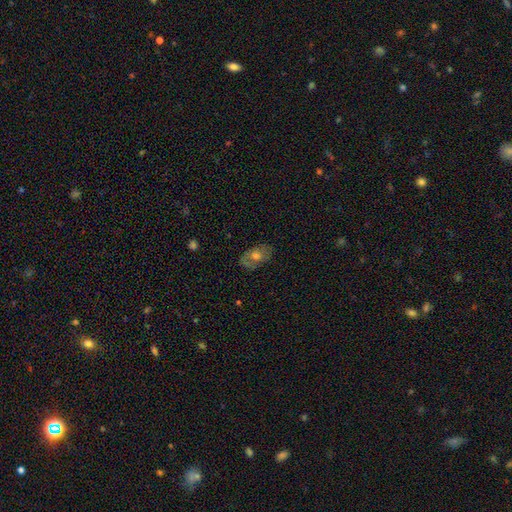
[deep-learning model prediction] Smooth or featured? Predicted: featured or disk (p=0.46). Merging? Predicted: none (p=0.77).